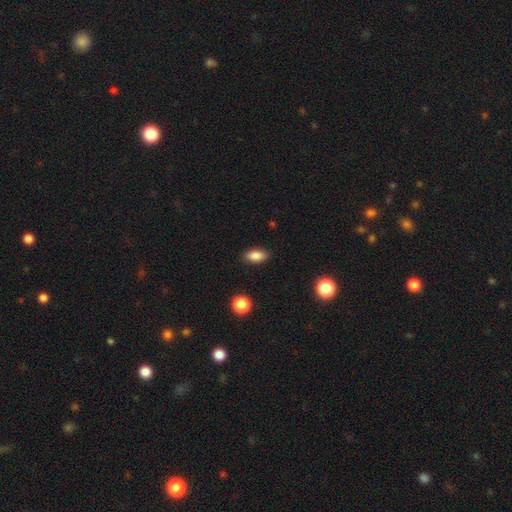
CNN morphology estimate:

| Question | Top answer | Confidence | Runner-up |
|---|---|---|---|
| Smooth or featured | smooth | 85% | star or artifact (9%) |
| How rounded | in between | 88% | cigar-shaped (6%) |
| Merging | none | 87% | minor disturbance (9%) |